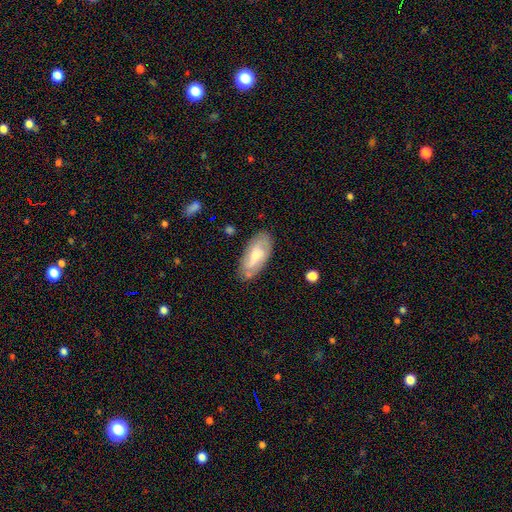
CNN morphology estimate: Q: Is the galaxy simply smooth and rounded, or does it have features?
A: featured or disk — 48%.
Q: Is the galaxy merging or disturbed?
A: none — 75%.